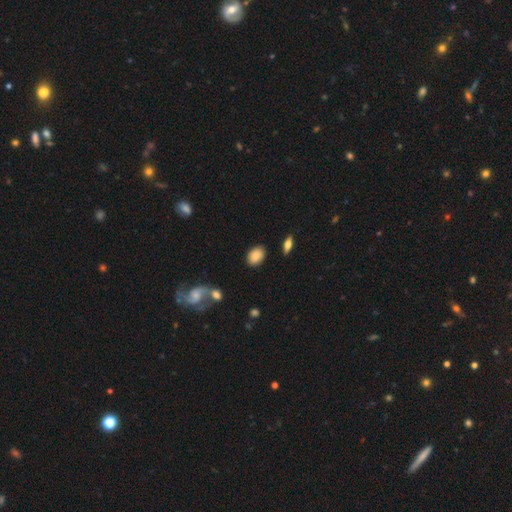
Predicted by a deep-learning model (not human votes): This is clearly a smooth galaxy (82%). How rounded: likely in between (79%). Merging: clearly none (84%).